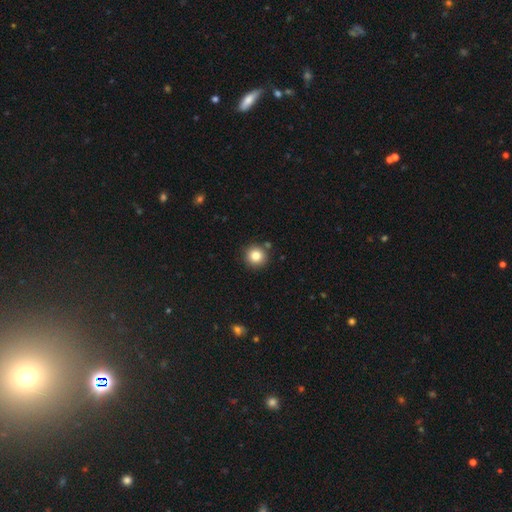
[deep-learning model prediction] Smooth or featured? Predicted: smooth (p=0.82). How rounded? Predicted: round (p=0.95). Merging? Predicted: none (p=0.87).